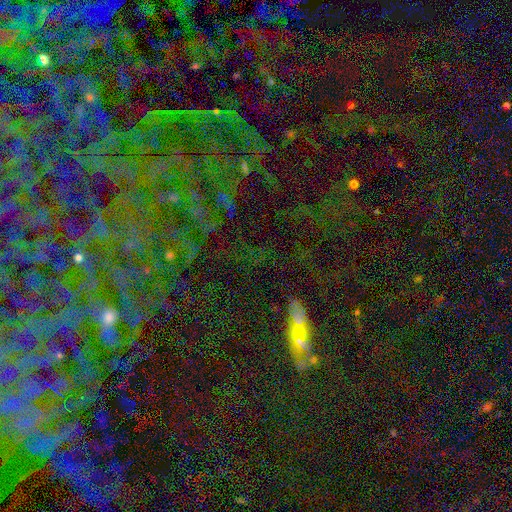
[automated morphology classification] Smooth or featured: star or artifact — 50% (smooth — 26%)